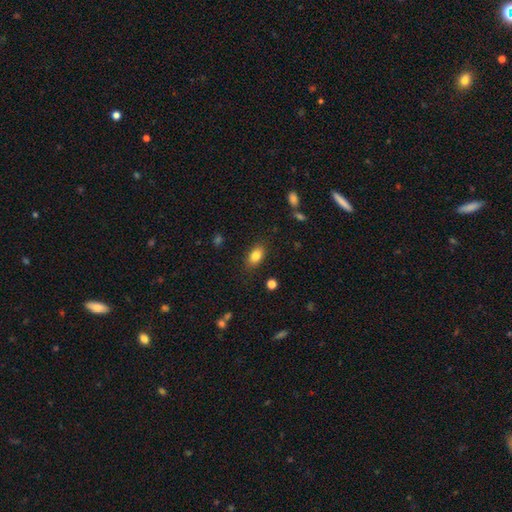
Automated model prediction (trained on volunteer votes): Q: Smooth or featured?
A: smooth (84%); runner-up: star or artifact (9%)
Q: How rounded?
A: in between (86%); runner-up: round (11%)
Q: Merging?
A: none (84%); runner-up: minor disturbance (11%)